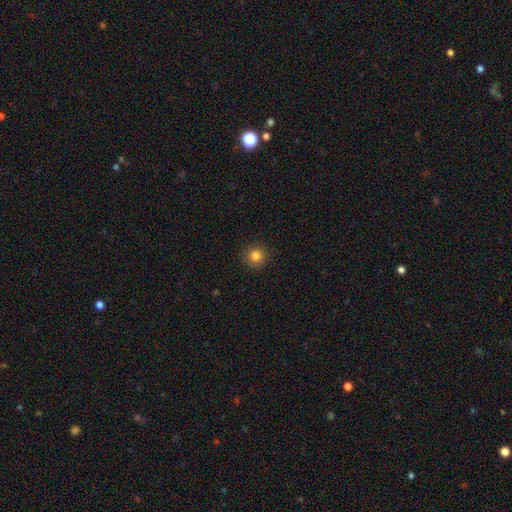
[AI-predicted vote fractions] smooth_or_featured: smooth (p=0.82) [alt: star or artifact p=0.12]
how_rounded: round (p=0.94) [alt: in between p=0.05]
merging: none (p=0.90) [alt: minor disturbance p=0.07]